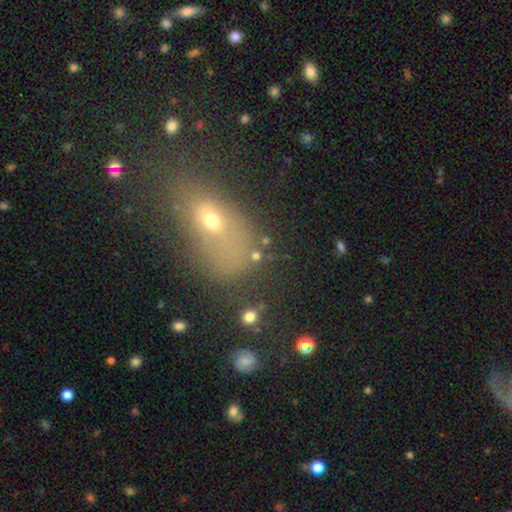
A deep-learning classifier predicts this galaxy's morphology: Overall: smooth (54%; star or artifact 26%). How rounded: in between (72%). Merging: none (46%; major disturbance 21%).